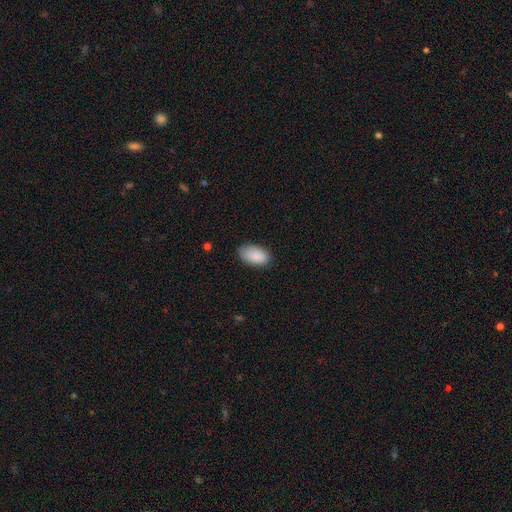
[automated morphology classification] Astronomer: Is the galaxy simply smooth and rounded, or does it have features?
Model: smooth — 89%.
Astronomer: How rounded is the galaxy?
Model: in between — 95%.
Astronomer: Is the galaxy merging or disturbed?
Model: none — 79%.